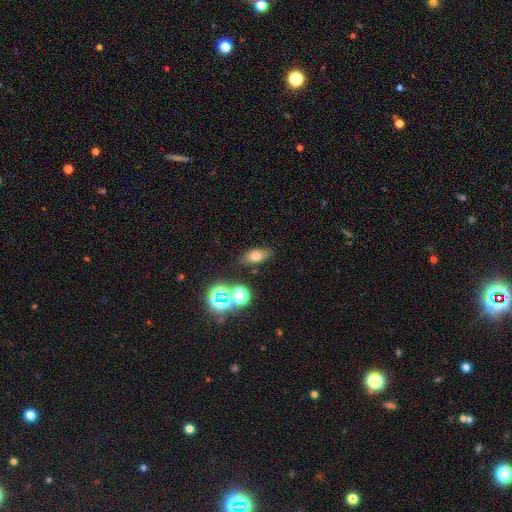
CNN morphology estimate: The model was most divided on "smooth or featured": smooth: 66%, star or artifact: 18%, featured or disk: 17%. More confident: merging — none (82%); how rounded — in between (75%).